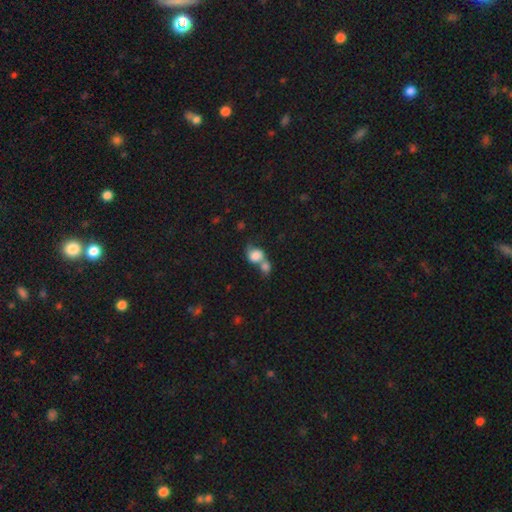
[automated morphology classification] Smooth or featured? Predicted: smooth (p=0.75). How rounded? Predicted: round (p=0.51). Merging? Predicted: merger (p=0.67).